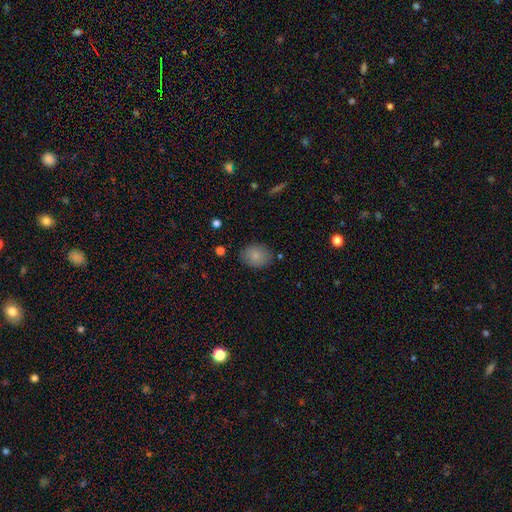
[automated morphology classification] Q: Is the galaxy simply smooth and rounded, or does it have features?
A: smooth — 84%.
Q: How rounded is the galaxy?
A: in between — 55%.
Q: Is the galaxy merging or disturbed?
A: none — 84%.